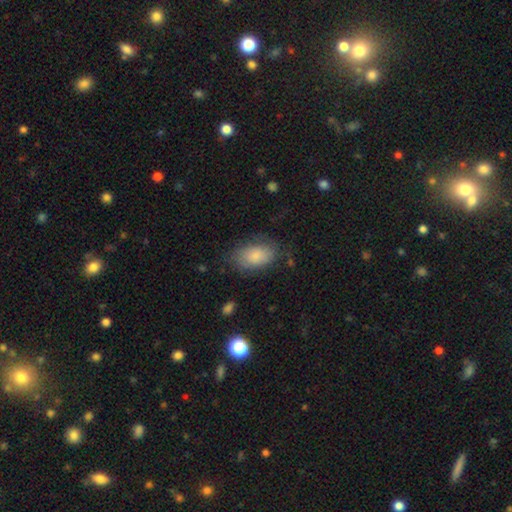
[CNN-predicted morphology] Overall: smooth (81%). How rounded: in between (91%). Merging: none (72%).